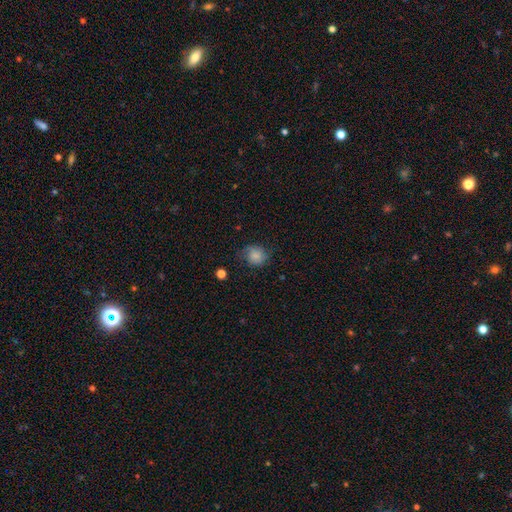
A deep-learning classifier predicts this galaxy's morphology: Smooth or featured? smooth (73%)
How rounded? round (72%)
Merging? none (66%)